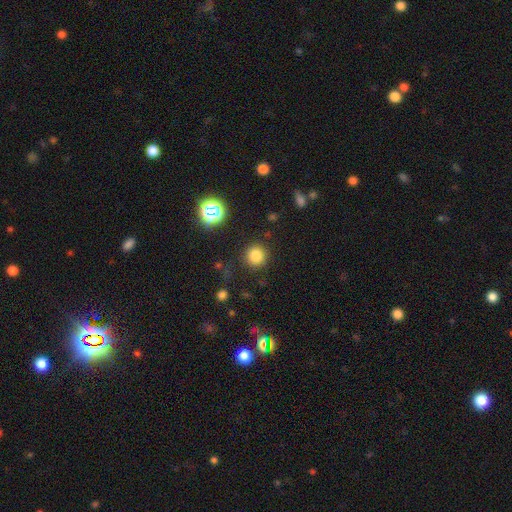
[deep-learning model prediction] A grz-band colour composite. It shows a smooth galaxy with no disk features (79%) that is round (94%). Merging: none (87%).